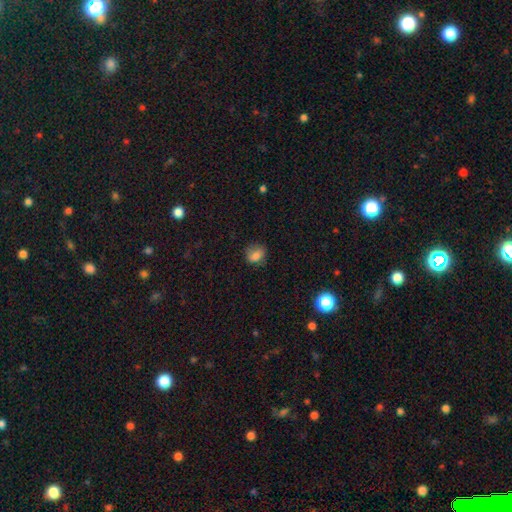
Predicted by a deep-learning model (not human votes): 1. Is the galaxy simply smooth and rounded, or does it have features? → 79% smooth, 11% star or artifact, 10% featured or disk.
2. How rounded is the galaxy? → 50% in between, 49% round, 2% cigar-shaped.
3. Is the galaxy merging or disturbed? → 67% none, 24% minor disturbance, 8% major disturbance, 2% merger.